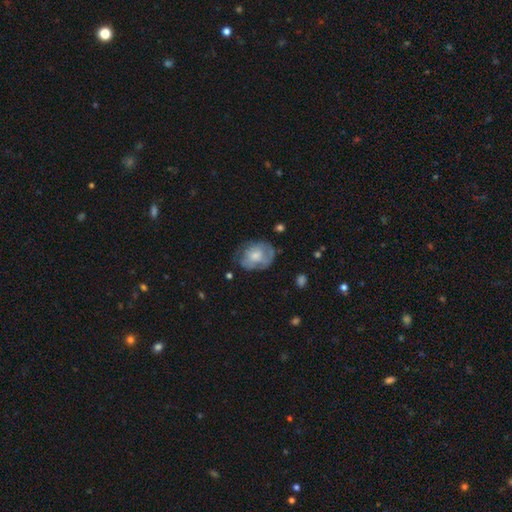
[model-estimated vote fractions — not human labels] Smooth or featured? smooth (51%)
How rounded? in between (62%)
Merging? none (53%)